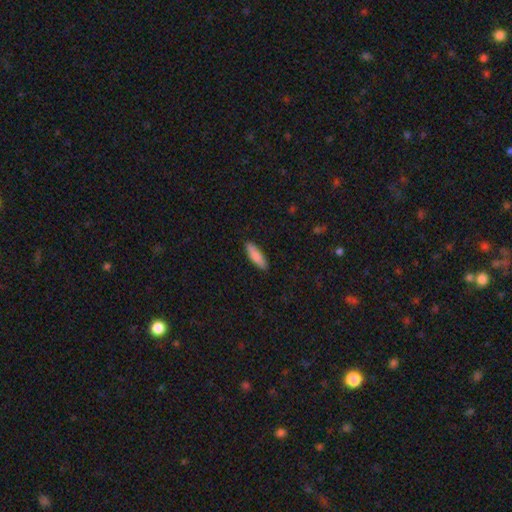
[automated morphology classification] The model was most divided on "how rounded": cigar-shaped: 61%, in between: 37%, round: 2%. More confident: merging — none (89%); smooth or featured — smooth (85%).